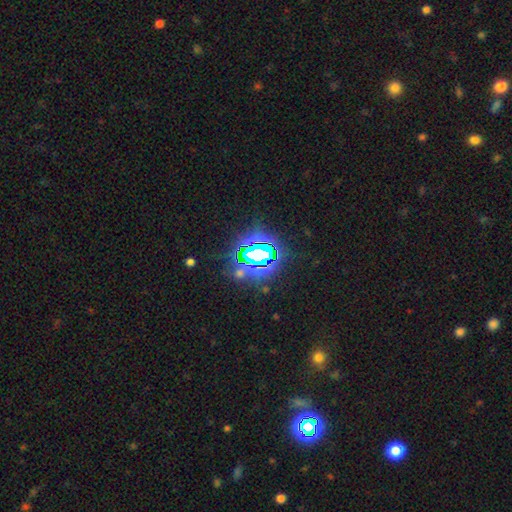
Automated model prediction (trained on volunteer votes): Smooth or featured? star or artifact (77%)